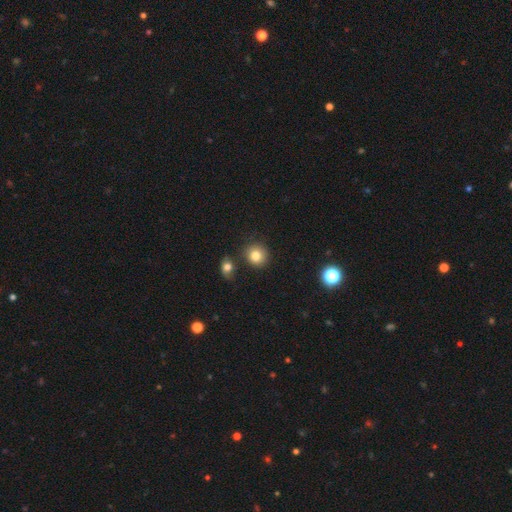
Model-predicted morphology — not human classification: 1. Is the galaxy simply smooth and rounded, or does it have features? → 82% smooth, 11% star or artifact, 7% featured or disk.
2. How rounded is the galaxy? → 87% round, 12% in between, 1% cigar-shaped.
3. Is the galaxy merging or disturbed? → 81% none, 9% minor disturbance, 7% merger, 3% major disturbance.